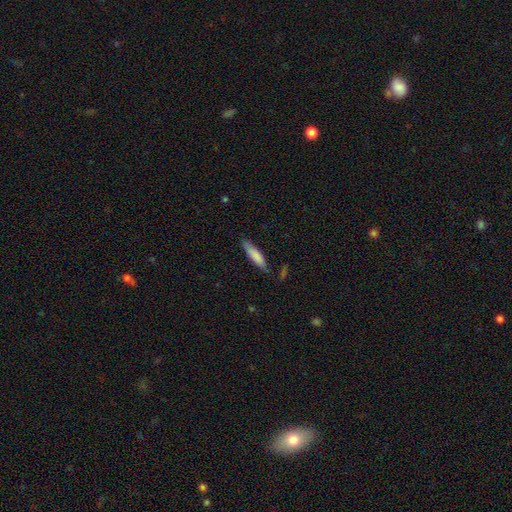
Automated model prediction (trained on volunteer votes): Q: Smooth or featured?
A: smooth (80%); runner-up: featured or disk (15%)
Q: How rounded?
A: cigar-shaped (74%); runner-up: in between (24%)
Q: Merging?
A: none (72%); runner-up: minor disturbance (21%)